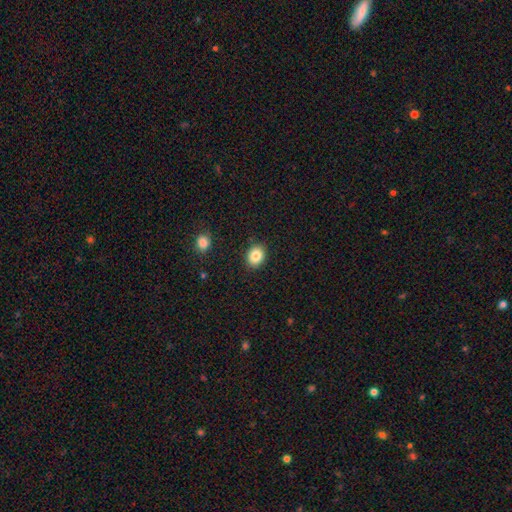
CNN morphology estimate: The model was most divided on "how rounded": in between: 53%, round: 46%, cigar-shaped: 1%. More confident: merging — none (88%); smooth or featured — smooth (85%).